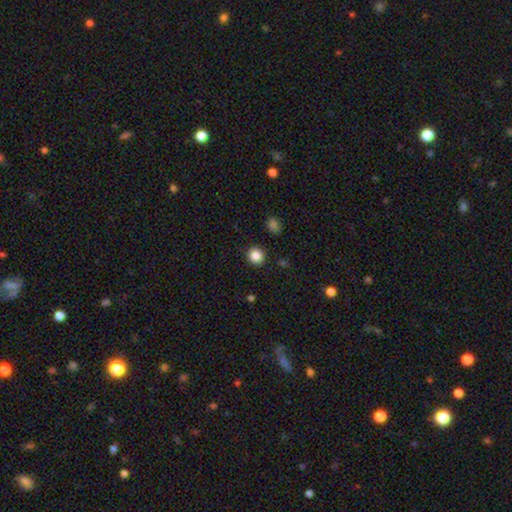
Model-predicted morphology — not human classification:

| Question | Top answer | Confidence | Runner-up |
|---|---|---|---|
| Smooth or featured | smooth | 86% | star or artifact (10%) |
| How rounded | round | 91% | in between (9%) |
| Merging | none | 91% | minor disturbance (5%) |